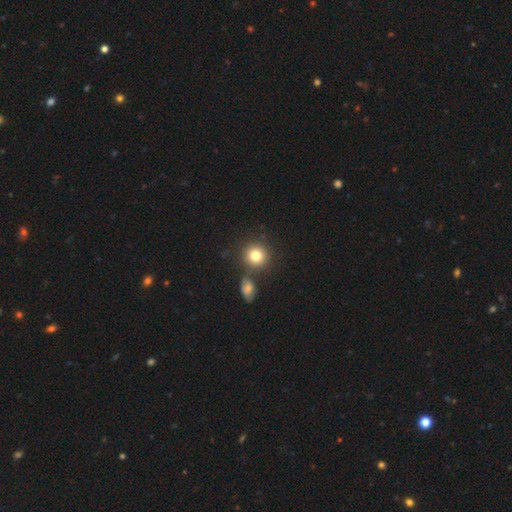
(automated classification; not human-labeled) Smooth or featured?
  - smooth: 80% *
  - star or artifact: 11%
  - featured or disk: 9%
How rounded?
  - round: 89% *
  - in between: 10%
  - cigar-shaped: 1%
Merging?
  - none: 75% *
  - merger: 13%
  - minor disturbance: 9%
  - major disturbance: 3%